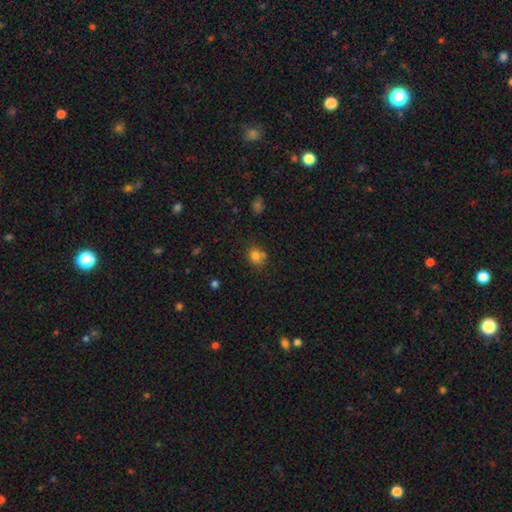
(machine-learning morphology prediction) This is likely a smooth galaxy (80%). How rounded: likely round (73%). Merging: likely none (63%).